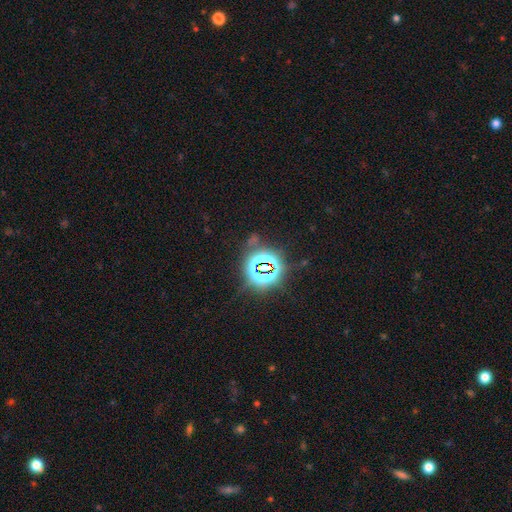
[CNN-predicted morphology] Smooth or featured: star or artifact — 81% (smooth — 12%)